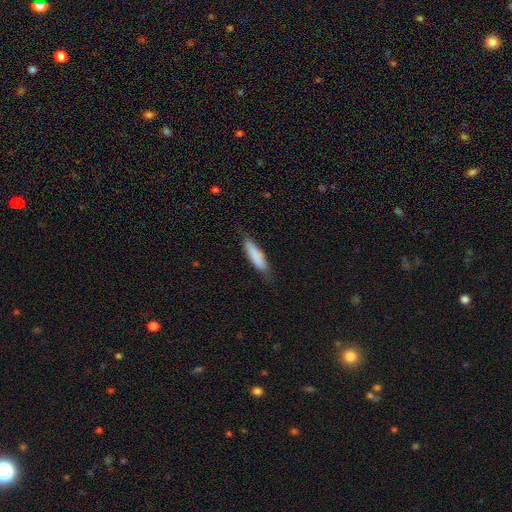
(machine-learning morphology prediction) Smooth or featured? Predicted: smooth (p=0.84). How rounded? Predicted: cigar-shaped (p=0.69). Merging? Predicted: none (p=0.78).